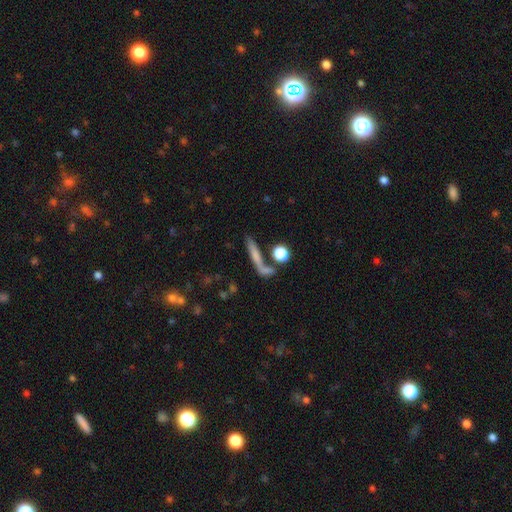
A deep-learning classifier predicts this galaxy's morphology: This appears to be a smooth galaxy with no disk features (61%) that is cigar-shaped (74%). Merging: none (56%).